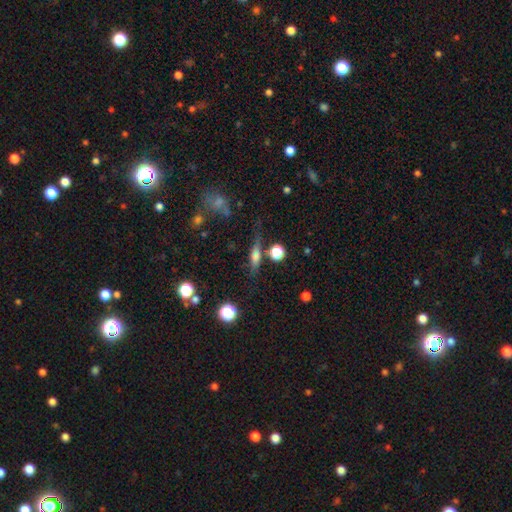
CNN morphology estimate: type=smooth (49%); merging=none (70%).